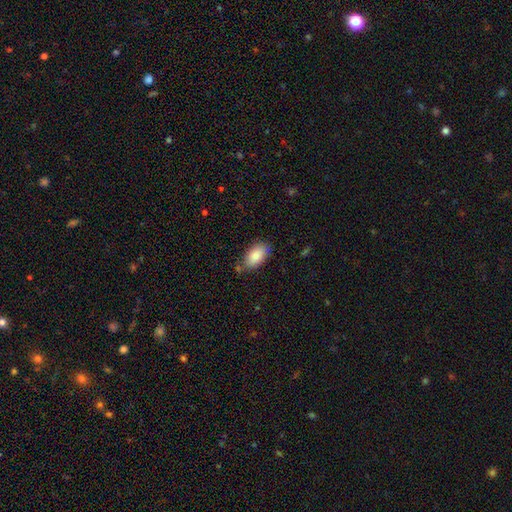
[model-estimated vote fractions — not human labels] Smooth or featured: smooth — 85% (featured or disk — 8%)
How rounded: in between — 94% (round — 3%)
Merging: none — 75% (minor disturbance — 17%)